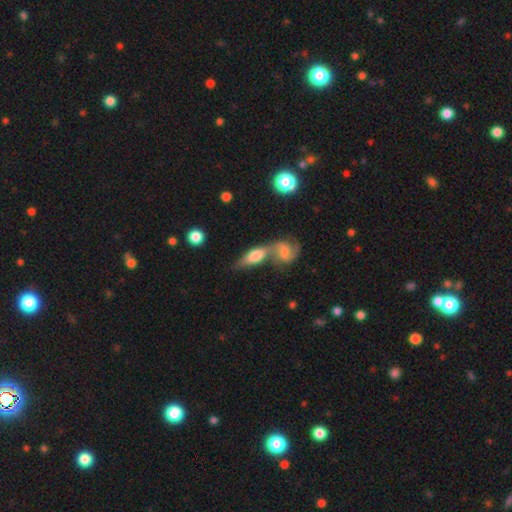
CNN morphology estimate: Q: Smooth or featured?
A: smooth (49%); runner-up: featured or disk (43%)
Q: Merging?
A: merger (60%); runner-up: none (25%)